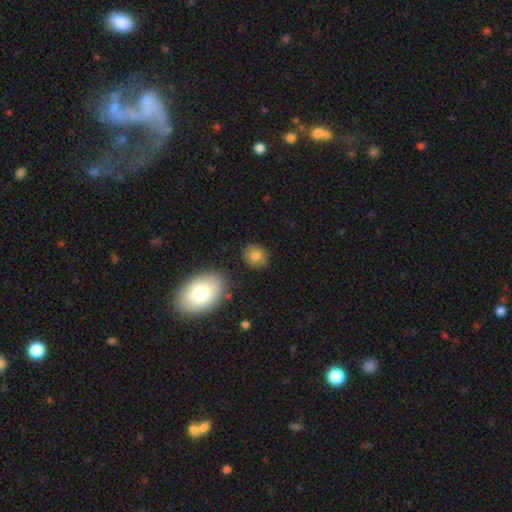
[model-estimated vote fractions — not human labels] Q: Smooth or featured?
A: smooth (81%); runner-up: star or artifact (10%)
Q: How rounded?
A: round (79%); runner-up: in between (20%)
Q: Merging?
A: none (85%); runner-up: minor disturbance (10%)